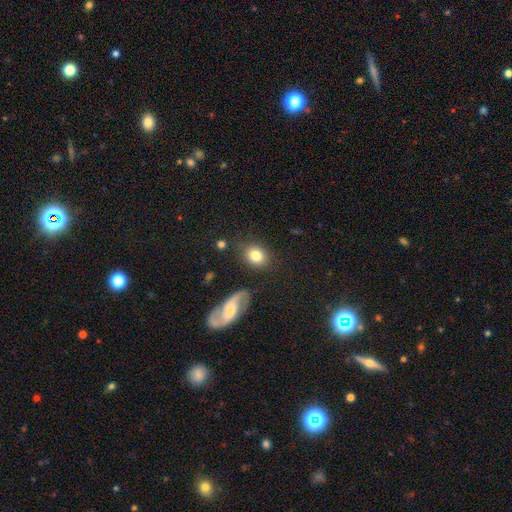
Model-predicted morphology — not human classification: Overall: smooth (80%). How rounded: round (53%; in between 45%). Merging: none (79%).